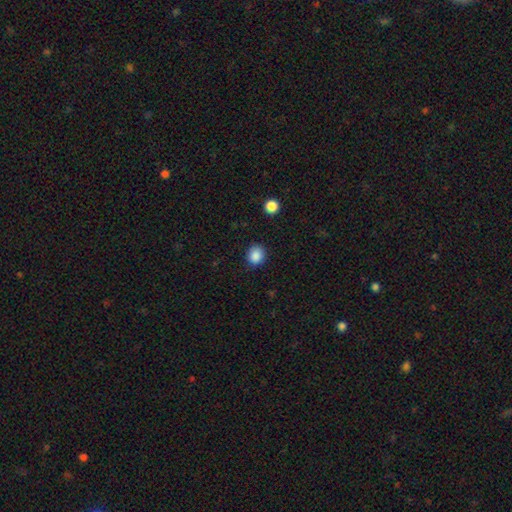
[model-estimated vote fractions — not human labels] This appears to be a smooth galaxy with no disk features (87%) that is round (77%). Merging: none (88%).